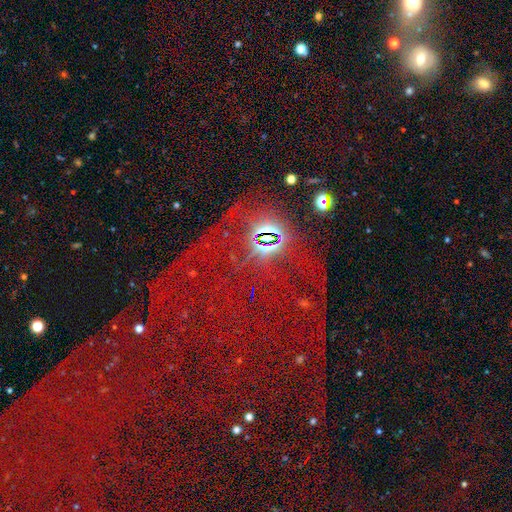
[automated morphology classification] A star or artifact, not a galaxy (77%).